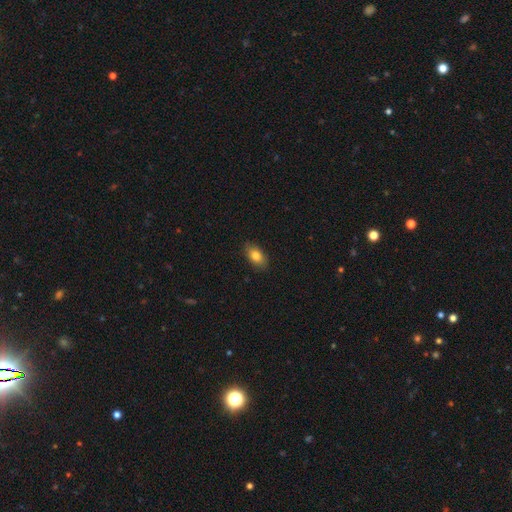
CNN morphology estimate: type=smooth (82%); roundness=in between (89%); merging=none (87%).